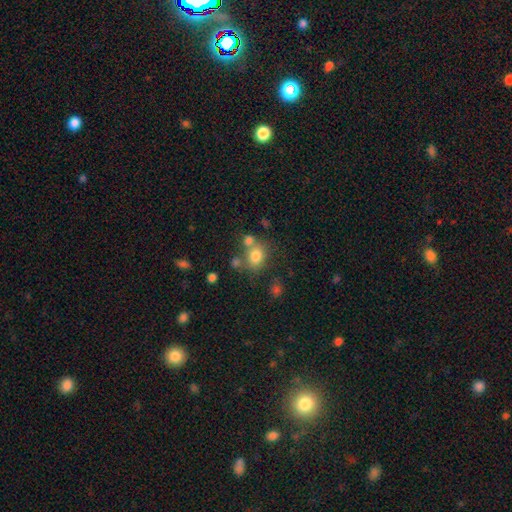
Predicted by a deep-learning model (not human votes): A smooth galaxy with no disk features (77%) that is round (53%).

Vote fractions:
- Smooth or featured? smooth: 77% / star or artifact: 13% / featured or disk: 11%
- How rounded? round: 53% / in between: 46% / cigar-shaped: 1%
- Merging? none: 55% / merger: 25% / minor disturbance: 14% / major disturbance: 6%